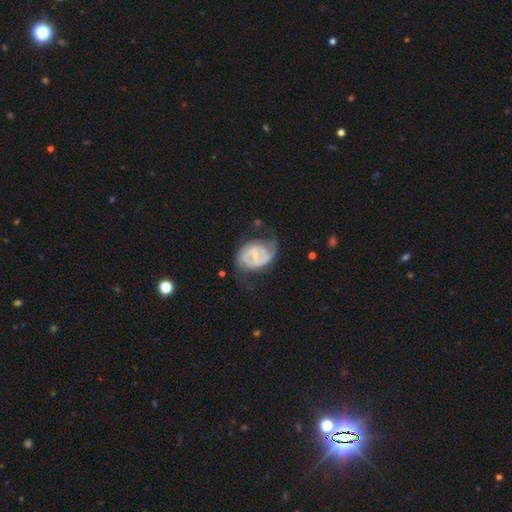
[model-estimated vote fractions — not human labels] featured or disk 80%, smooth 15%, star or artifact 5%. Down the decision tree: edge-on disk — no (97%); bar — weak (46%); spiral arms — yes (81%); spiral arm count — 2 (71%); spiral winding — medium (39%); bulge size — small (49%); merging — none (51%).